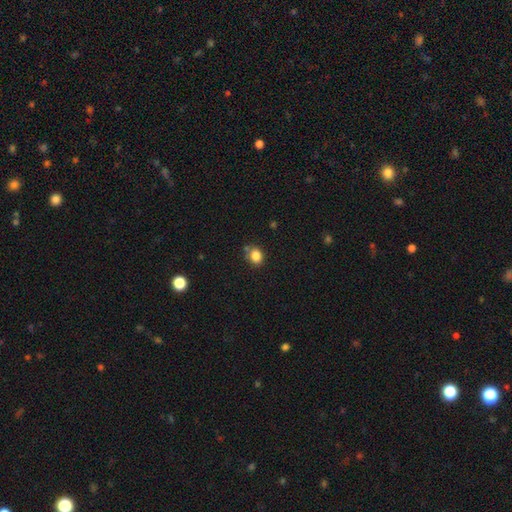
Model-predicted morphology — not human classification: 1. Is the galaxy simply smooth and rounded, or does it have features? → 84% smooth, 11% star or artifact, 5% featured or disk.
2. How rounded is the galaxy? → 57% round, 42% in between, 1% cigar-shaped.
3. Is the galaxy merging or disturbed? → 69% none, 17% minor disturbance, 9% merger, 4% major disturbance.